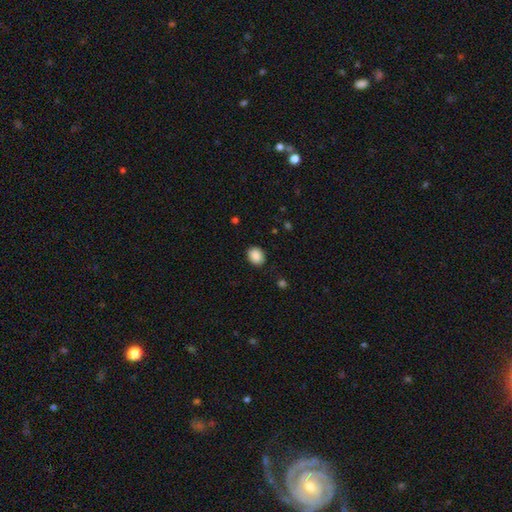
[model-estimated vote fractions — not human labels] A smooth galaxy with no disk features (89%) that is round (54%). Merging: none (87%).